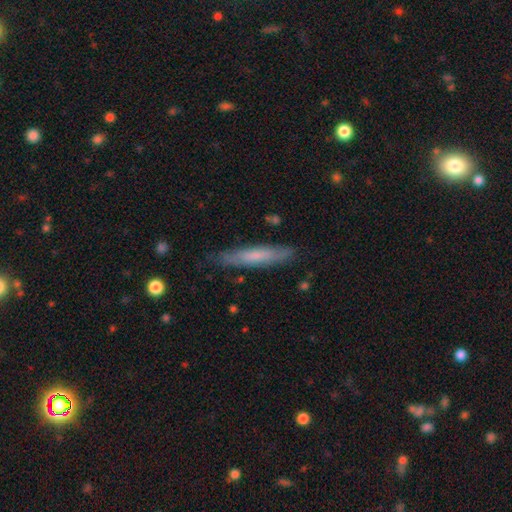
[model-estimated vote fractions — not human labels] A smooth galaxy with no disk features (63%) that is cigar-shaped (90%). Merging: none (82%).